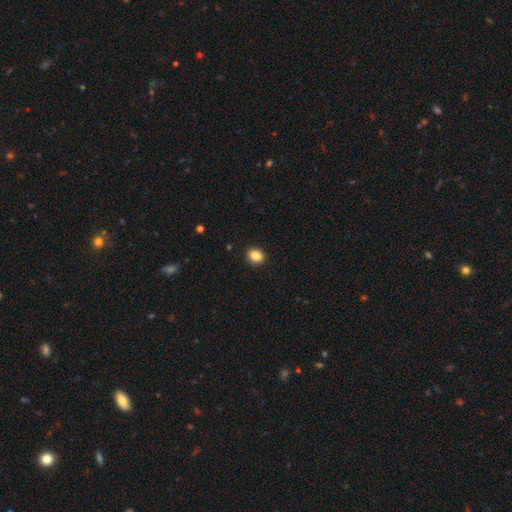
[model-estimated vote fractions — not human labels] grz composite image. It shows a smooth galaxy with no disk features (87%) that is round (55%). Merging: none (90%).